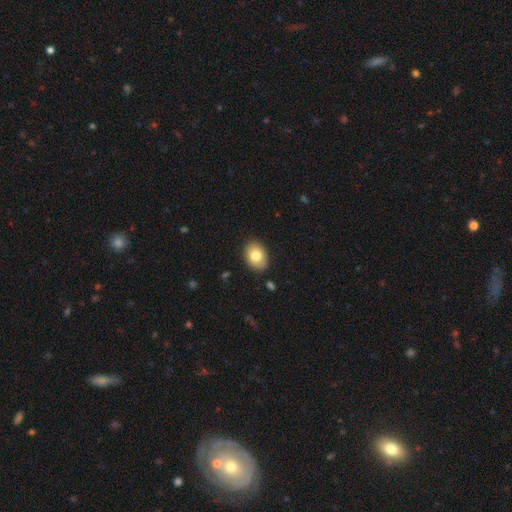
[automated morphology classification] Smooth or featured?
  - smooth: 79% *
  - featured or disk: 13%
  - star or artifact: 8%
How rounded?
  - in between: 74% *
  - round: 25%
  - cigar-shaped: 1%
Merging?
  - none: 86% *
  - minor disturbance: 11%
  - major disturbance: 2%
  - merger: 1%